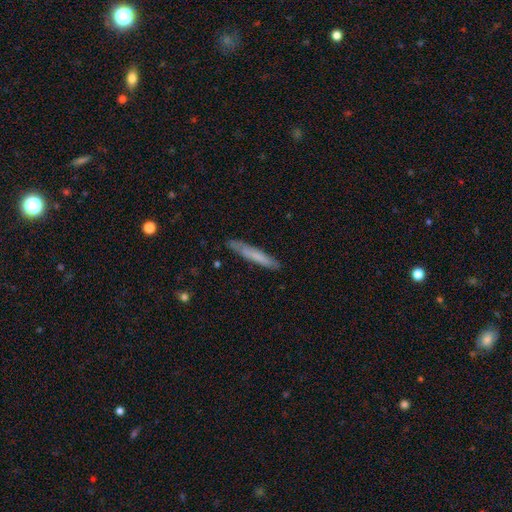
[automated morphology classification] smooth_or_featured: smooth (p=0.65) [alt: featured or disk p=0.29]
how_rounded: cigar-shaped (p=0.94) [alt: in between p=0.04]
merging: none (p=0.83) [alt: minor disturbance p=0.13]